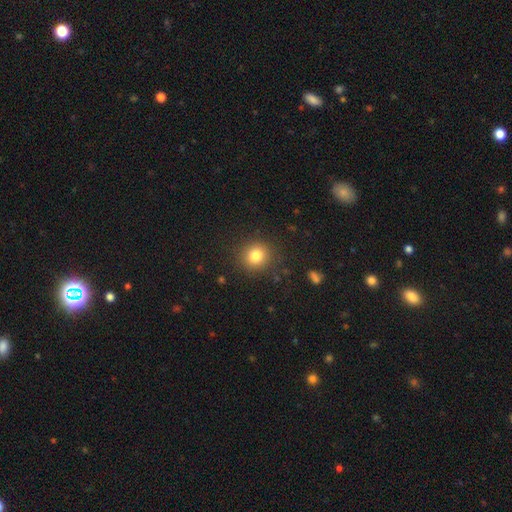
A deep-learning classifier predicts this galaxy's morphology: smooth 80%, star or artifact 12%, featured or disk 8%. Down the decision tree: how rounded — round (90%); merging — none (89%).